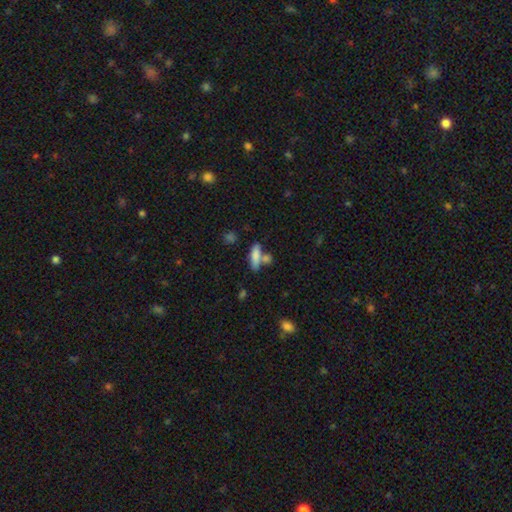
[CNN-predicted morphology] A smooth galaxy with no disk features (76%) that is cigar-shaped (56%).

Vote fractions:
- Smooth or featured? smooth: 76% / featured or disk: 16% / star or artifact: 8%
- How rounded? cigar-shaped: 56% / in between: 40% / round: 3%
- Merging? none: 54% / merger: 29% / minor disturbance: 13% / major disturbance: 5%